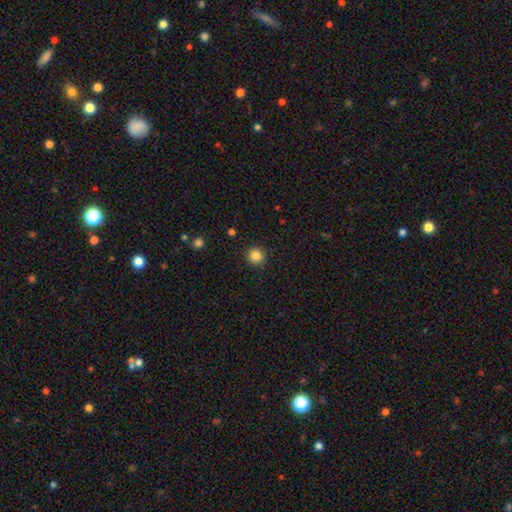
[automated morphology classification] A smooth galaxy with no disk features (84%) that is round (94%).

Vote fractions:
- Smooth or featured? smooth: 84% / star or artifact: 11% / featured or disk: 4%
- How rounded? round: 94% / in between: 5% / cigar-shaped: 1%
- Merging? none: 92% / minor disturbance: 6% / major disturbance: 2% / merger: 1%